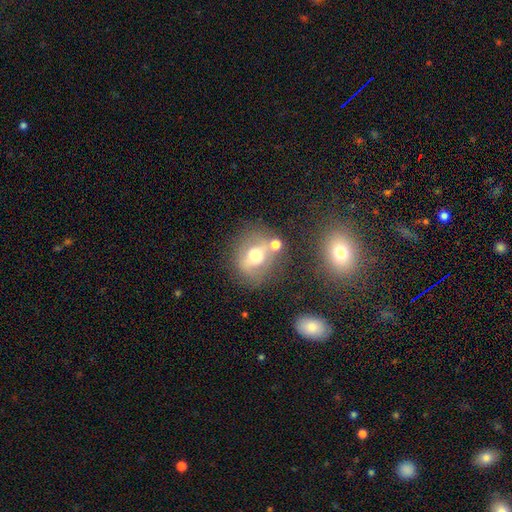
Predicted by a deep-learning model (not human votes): smooth 44% (tied), featured or disk 44% (tied), star or artifact 12%. Down the decision tree: merging — none (61%).